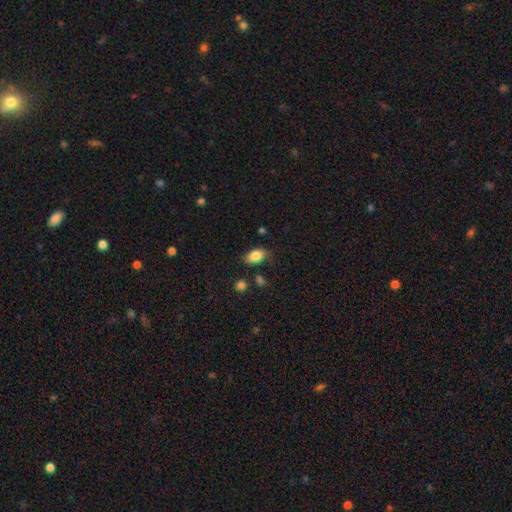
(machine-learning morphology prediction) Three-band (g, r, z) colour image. It shows a smooth galaxy with no disk features (84%) that is in between round and cigar-shaped (87%). Merging: none (76%).